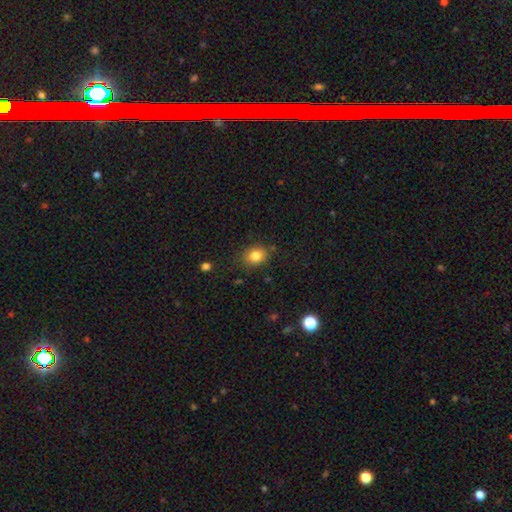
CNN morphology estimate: Smooth or featured?
  - smooth: 83% *
  - star or artifact: 10%
  - featured or disk: 7%
How rounded?
  - round: 53% *
  - in between: 46%
  - cigar-shaped: 1%
Merging?
  - none: 80% *
  - minor disturbance: 14%
  - major disturbance: 4%
  - merger: 2%